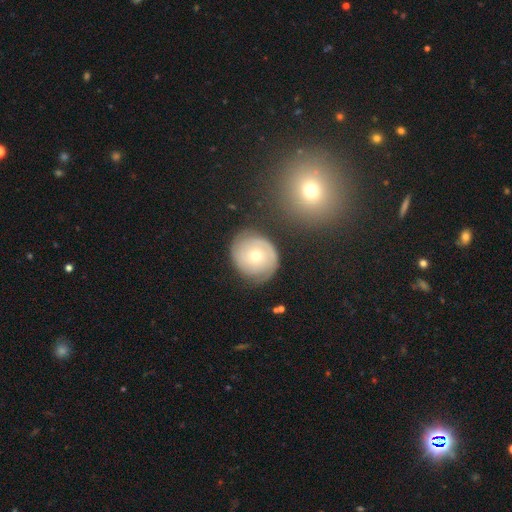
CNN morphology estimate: featured or disk 63%, smooth 30%, star or artifact 7%. Down the decision tree: edge-on disk — no (97%); bar — no (81%); spiral arms — yes (85%); spiral arm count — 2 (45%); spiral winding — tight (72%); bulge size — small (49%); merging — none (76%).